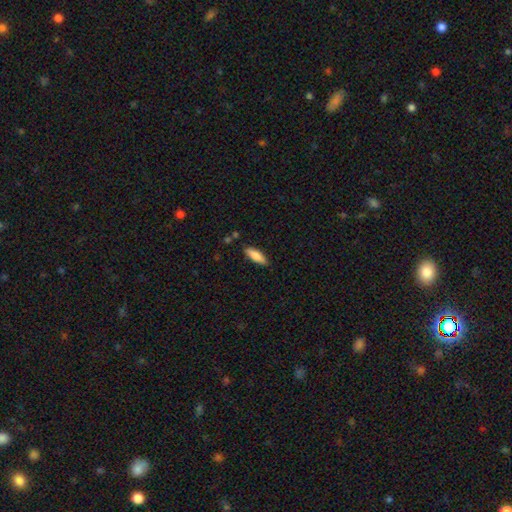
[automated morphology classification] Overall: smooth (77%). How rounded: in between (56%; cigar-shaped 43%). Merging: none (83%).